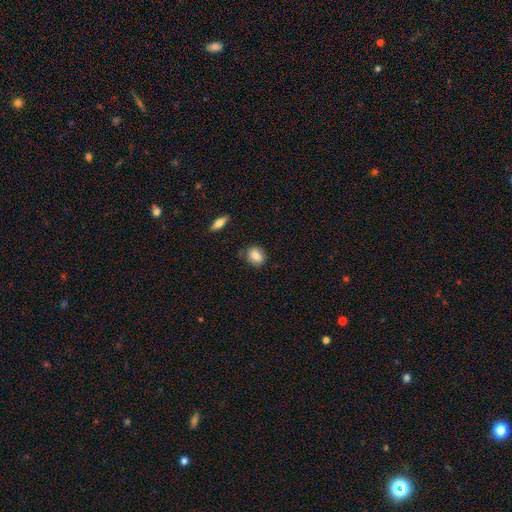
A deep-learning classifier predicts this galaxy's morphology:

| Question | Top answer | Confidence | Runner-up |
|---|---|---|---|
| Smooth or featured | smooth | 85% | star or artifact (8%) |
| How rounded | in between | 53% | round (45%) |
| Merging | none | 74% | minor disturbance (20%) |